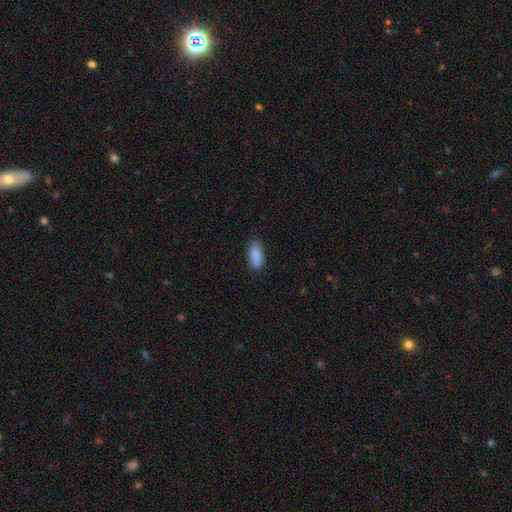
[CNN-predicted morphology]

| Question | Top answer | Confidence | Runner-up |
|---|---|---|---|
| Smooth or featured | smooth | 83% | featured or disk (10%) |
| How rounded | in between | 85% | cigar-shaped (12%) |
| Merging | none | 76% | minor disturbance (18%) |